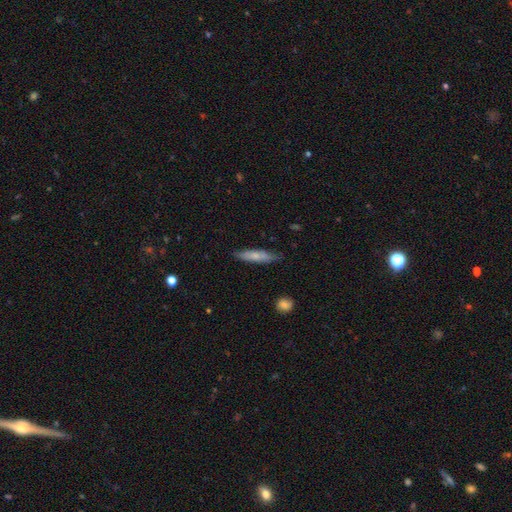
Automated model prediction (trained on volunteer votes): The model was most divided on "smooth or featured": smooth: 64%, featured or disk: 30%, star or artifact: 6%. More confident: how rounded — cigar-shaped (85%); merging — none (81%).